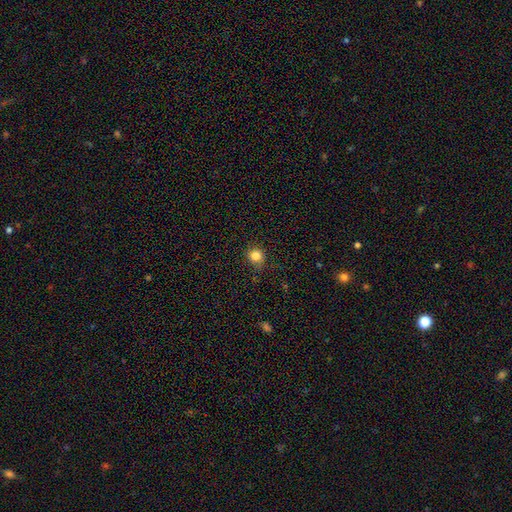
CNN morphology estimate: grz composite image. It shows a smooth galaxy with no disk features (84%) that is round (89%). Merging: none (83%).